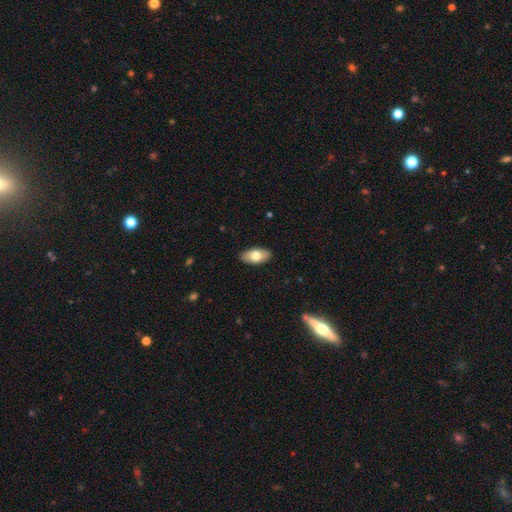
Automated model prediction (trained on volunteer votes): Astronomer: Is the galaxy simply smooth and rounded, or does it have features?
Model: smooth — 74%.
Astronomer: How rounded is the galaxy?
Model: in between — 93%.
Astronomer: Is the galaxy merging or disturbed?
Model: none — 90%.